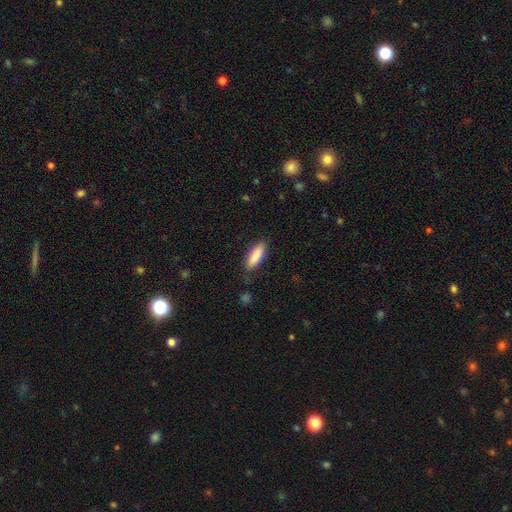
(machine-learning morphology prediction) Smooth or featured? Predicted: smooth (p=0.86). How rounded? Predicted: in between (p=0.57). Merging? Predicted: none (p=0.84).